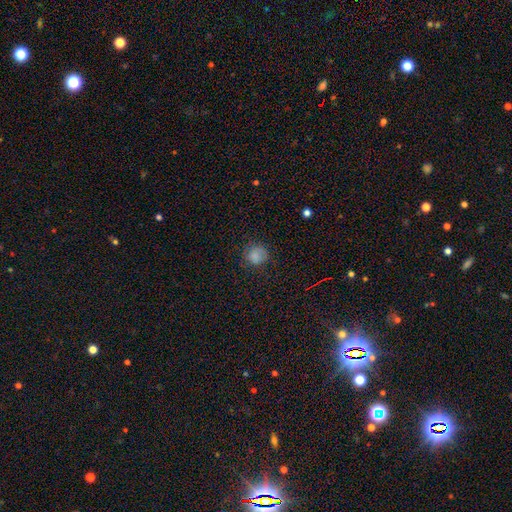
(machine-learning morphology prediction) Smooth or featured?
  - smooth: 79% *
  - star or artifact: 11%
  - featured or disk: 9%
How rounded?
  - round: 86% *
  - in between: 13%
  - cigar-shaped: 1%
Merging?
  - none: 74% *
  - minor disturbance: 18%
  - major disturbance: 7%
  - merger: 1%